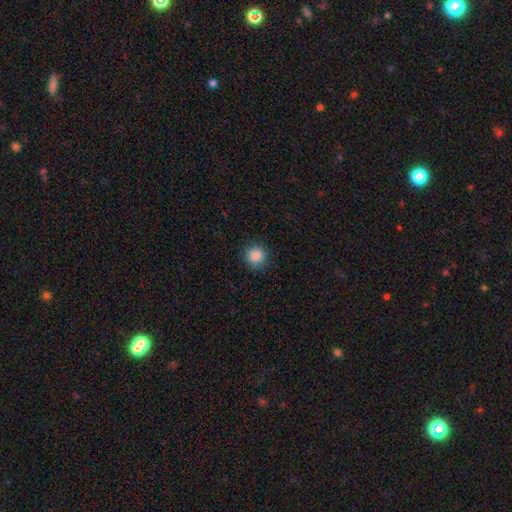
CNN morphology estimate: type=smooth (86%); roundness=round (92%); merging=none (88%).